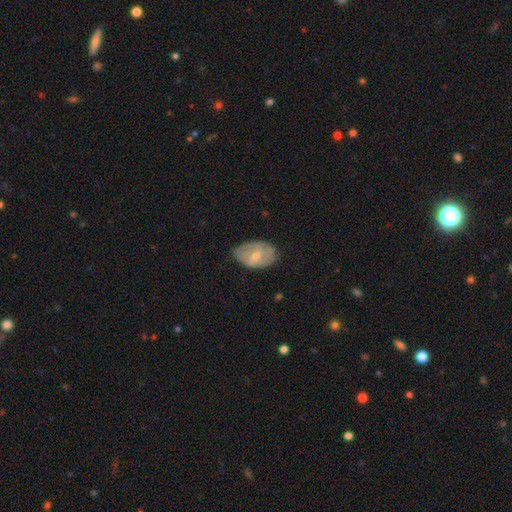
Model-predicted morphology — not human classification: smooth_or_featured: featured or disk (p=0.51) [alt: smooth p=0.43]
disk_edge_on: no (p=0.94) [alt: yes p=0.06]
merging: none (p=0.64) [alt: minor disturbance p=0.27]